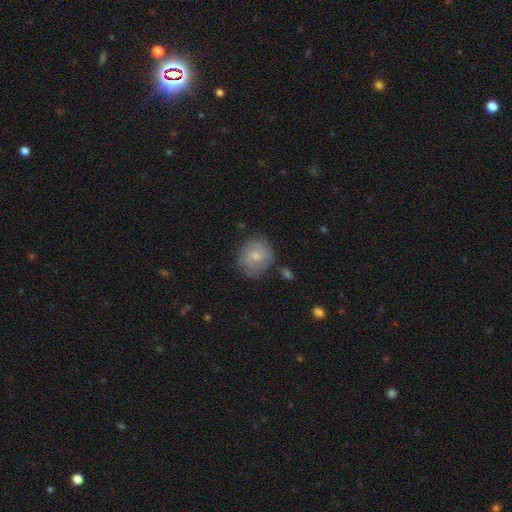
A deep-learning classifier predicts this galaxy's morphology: Smooth or featured?
  - featured or disk: 60% *
  - smooth: 33%
  - star or artifact: 7%
Edge-on disk?
  - no: 98% *
  - yes: 2%
Bar?
  - no: 65% *
  - weak: 31%
  - strong: 4%
Spiral arms?
  - yes: 88% *
  - no: 12%
Spiral winding?
  - tight: 57% *
  - medium: 33%
  - loose: 10%
Spiral arm count?
  - 2: 50% *
  - can't tell: 26%
  - 3: 13%
  - 4: 4%
  - 1: 4%
  - more than 4: 3%
Bulge size?
  - small: 62% *
  - moderate: 32%
  - none: 3%
  - large: 1%
  - dominant: 1%
Merging?
  - none: 75% *
  - minor disturbance: 17%
  - major disturbance: 5%
  - merger: 3%